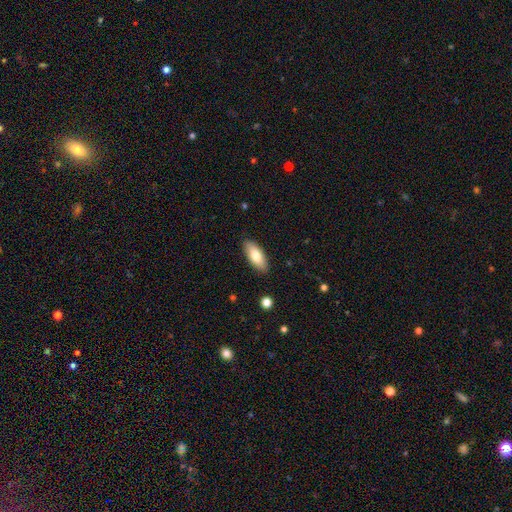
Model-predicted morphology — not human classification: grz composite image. It shows a smooth galaxy with no disk features (77%) that is in between round and cigar-shaped (82%). Merging: none (89%).